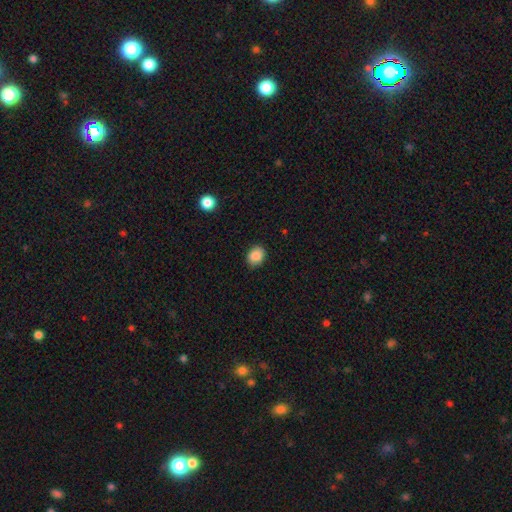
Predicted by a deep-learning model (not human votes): A smooth galaxy with no disk features (87%) that is round (51%). Merging: none (86%).